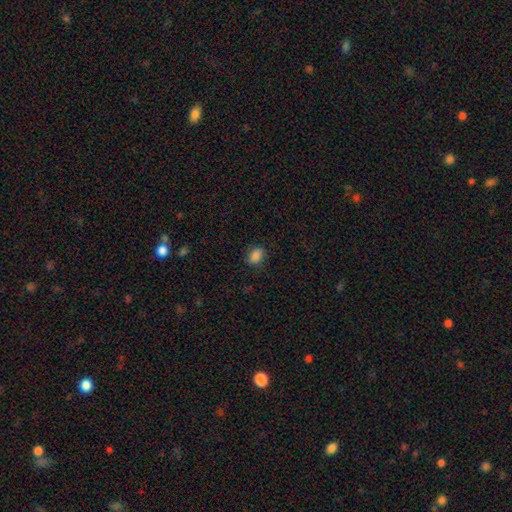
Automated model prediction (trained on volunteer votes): smooth 86%, star or artifact 10%, featured or disk 4%. Down the decision tree: how rounded — in between (76%); merging — none (82%).